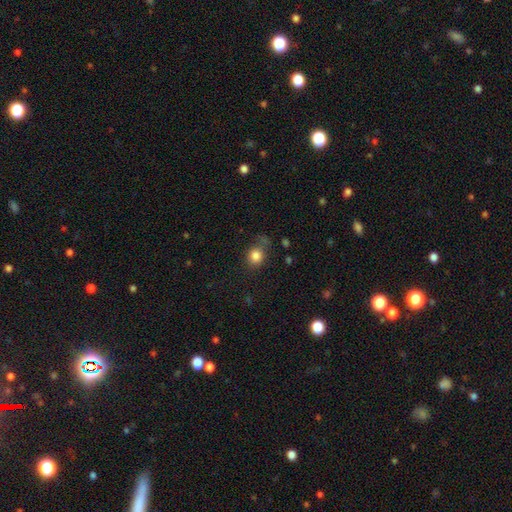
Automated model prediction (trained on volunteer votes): Q: Smooth or featured?
A: smooth (83%); runner-up: star or artifact (11%)
Q: How rounded?
A: round (69%); runner-up: in between (30%)
Q: Merging?
A: none (60%); runner-up: minor disturbance (25%)